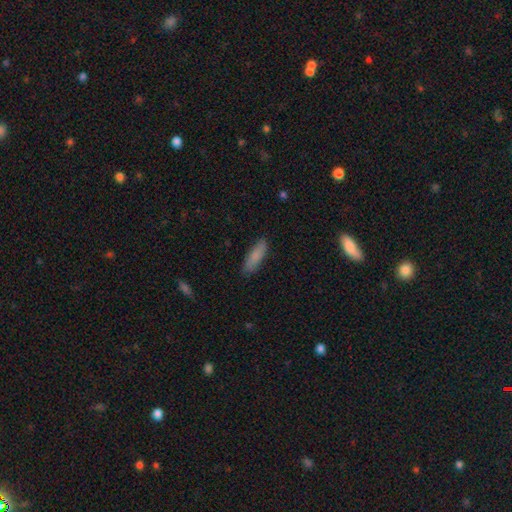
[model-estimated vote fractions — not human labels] Overall: smooth (84%). How rounded: cigar-shaped (54%; in between 44%). Merging: none (84%).